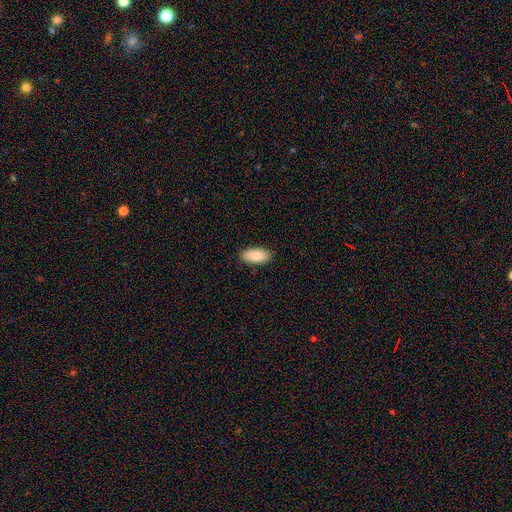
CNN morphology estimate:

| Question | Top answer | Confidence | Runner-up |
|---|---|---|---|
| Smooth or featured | smooth | 88% | featured or disk (6%) |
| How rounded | in between | 91% | cigar-shaped (7%) |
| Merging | none | 88% | minor disturbance (9%) |